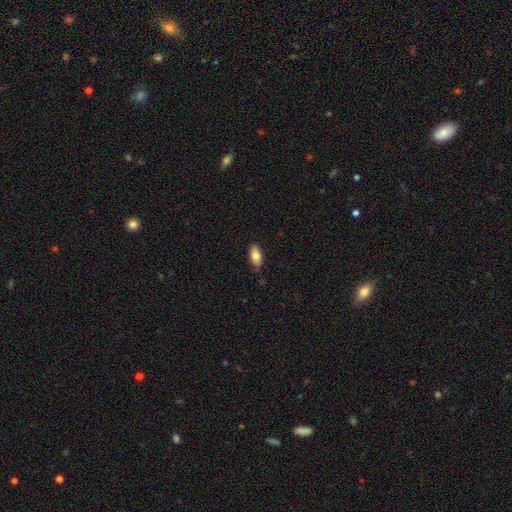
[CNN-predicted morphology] The model was most divided on "merging": none: 79%, minor disturbance: 17%, major disturbance: 3%, merger: 1%. More confident: how rounded — in between (91%); smooth or featured — smooth (79%).